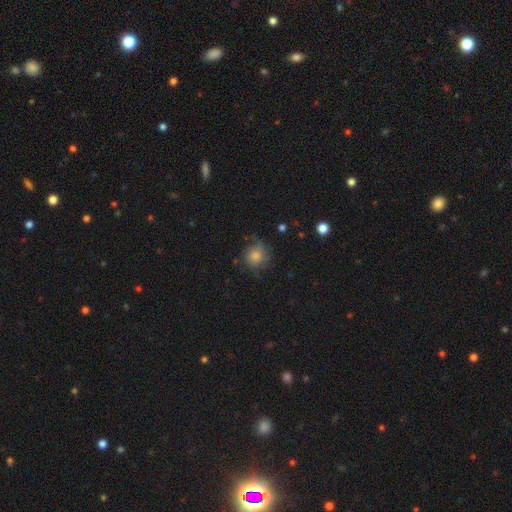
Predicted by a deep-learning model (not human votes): smooth-or-featured: smooth: 73% | featured or disk: 17% | star or artifact: 10%
  how-rounded: round: 86% | in between: 13% | cigar-shaped: 1%
  merging: none: 61% | minor disturbance: 26% | major disturbance: 11% | merger: 2%